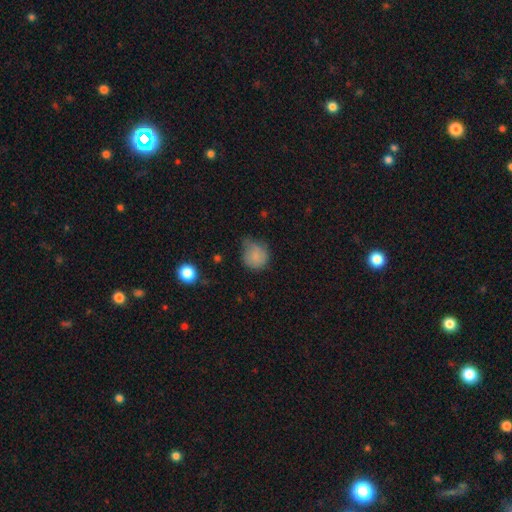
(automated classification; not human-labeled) The model was most divided on "merging": none: 45%, minor disturbance: 40%, major disturbance: 12%, merger: 3%. More confident: how rounded — round (82%); smooth or featured — smooth (81%).